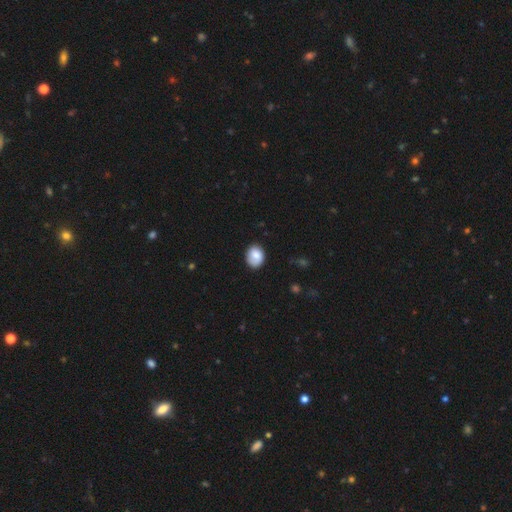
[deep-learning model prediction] A smooth galaxy with no disk features (83%) that is in between round and cigar-shaped (55%). Merging: none (75%).